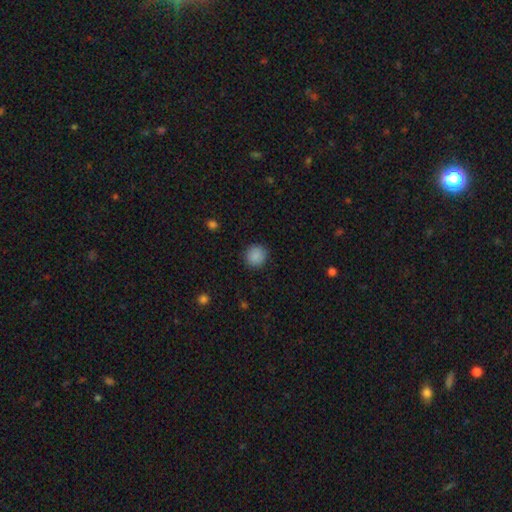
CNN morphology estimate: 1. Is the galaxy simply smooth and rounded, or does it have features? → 89% smooth, 8% star or artifact, 3% featured or disk.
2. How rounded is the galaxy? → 91% round, 8% in between, 1% cigar-shaped.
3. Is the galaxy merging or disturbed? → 91% none, 6% minor disturbance, 2% major disturbance, 1% merger.